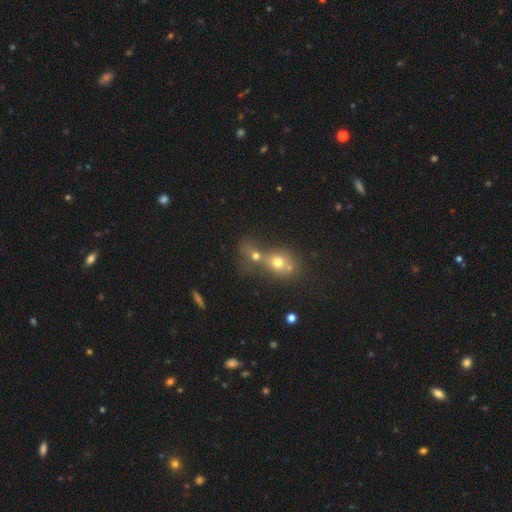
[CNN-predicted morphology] Smooth or featured: smooth — 65% (featured or disk — 18%)
How rounded: round — 63% (in between — 35%)
Merging: merger — 65% (none — 24%)